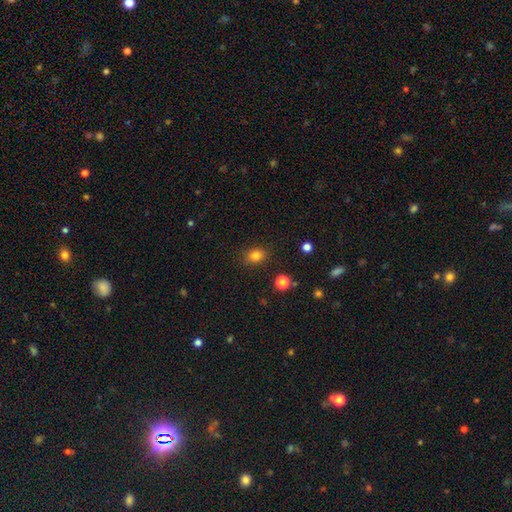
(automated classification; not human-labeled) Smooth or featured? Predicted: smooth (p=0.81). How rounded? Predicted: in between (p=0.54). Merging? Predicted: none (p=0.86).